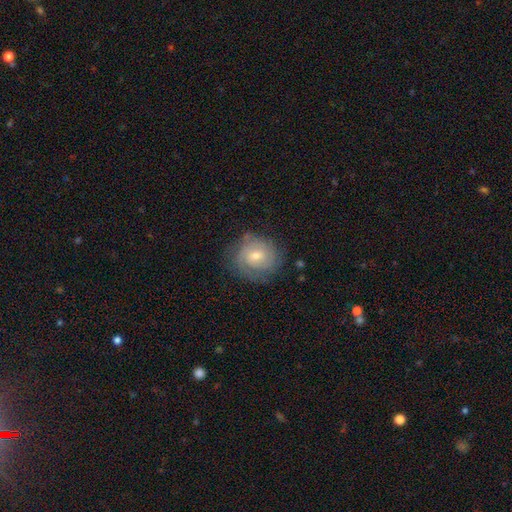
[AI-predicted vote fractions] featured or disk 66%, smooth 26%, star or artifact 7%. Down the decision tree: edge-on disk — no (97%); bar — no (55%); spiral arms — yes (88%); spiral arm count — 2 (39%); spiral winding — tight (68%); bulge size — moderate (49%); merging — none (74%).